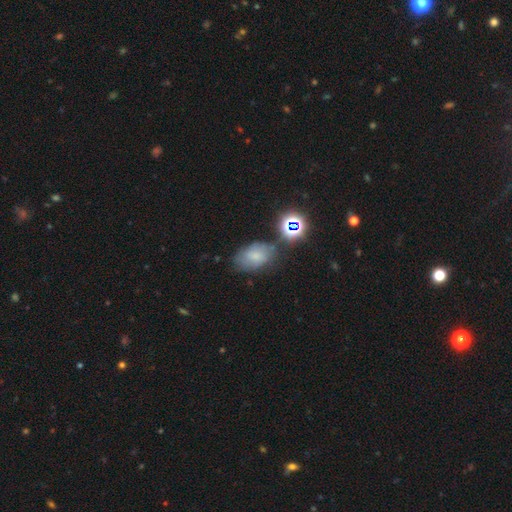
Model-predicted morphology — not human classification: Smooth or featured? smooth (60%)
How rounded? in between (83%)
Merging? none (58%)